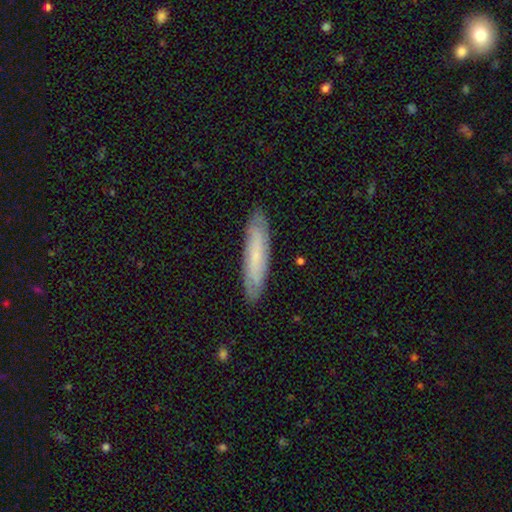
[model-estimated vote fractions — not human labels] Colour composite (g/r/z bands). It shows a smooth galaxy with no disk features (50%). Merging: none (87%).